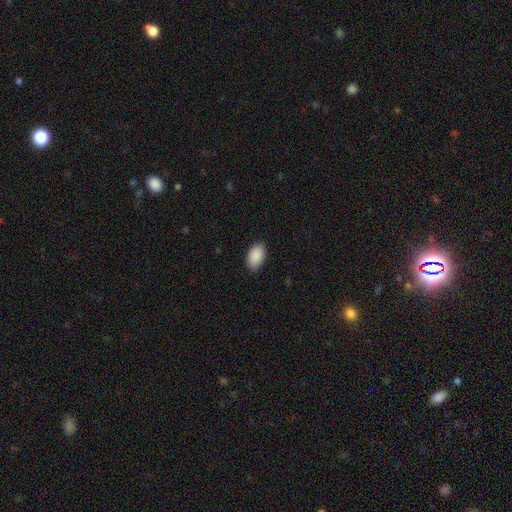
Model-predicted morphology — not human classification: Overall: smooth (91%). How rounded: in between (94%). Merging: none (83%).